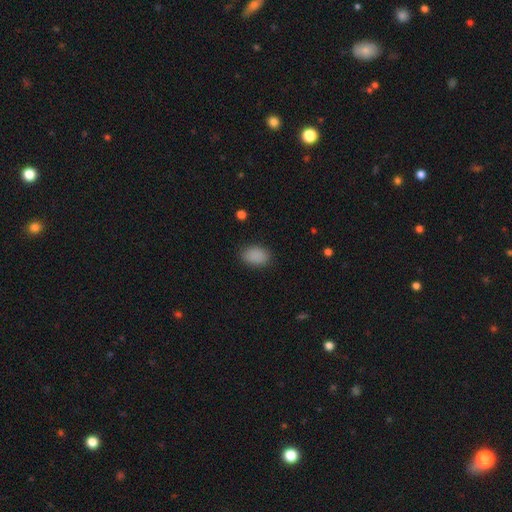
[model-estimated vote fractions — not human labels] Morphology: type=smooth (88%); roundness=in between (86%); merging=none (86%).